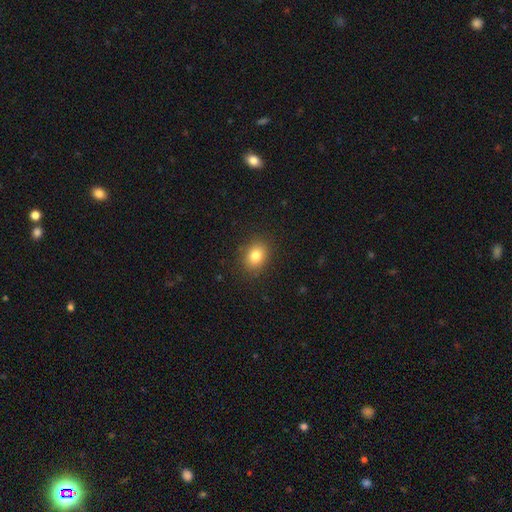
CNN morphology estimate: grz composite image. It shows a smooth galaxy with no disk features (82%) that is in between round and cigar-shaped (52%). Merging: none (87%).